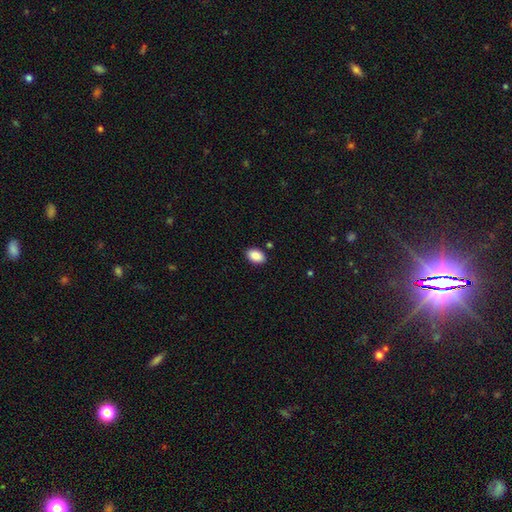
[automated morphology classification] Overall: smooth (90%). How rounded: in between (90%). Merging: none (88%).